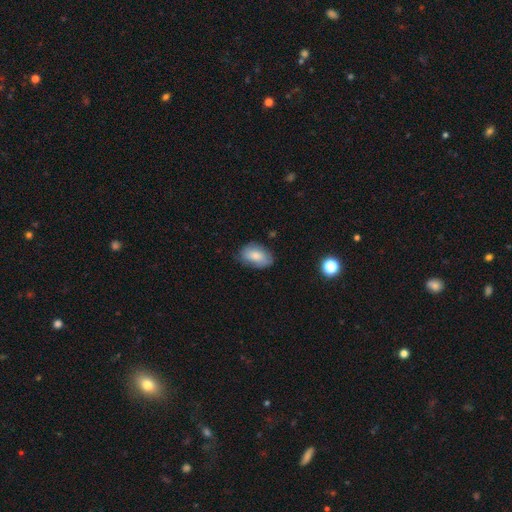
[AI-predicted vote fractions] A smooth galaxy with no disk features (79%) that is in between round and cigar-shaped (89%). Merging: none (73%).